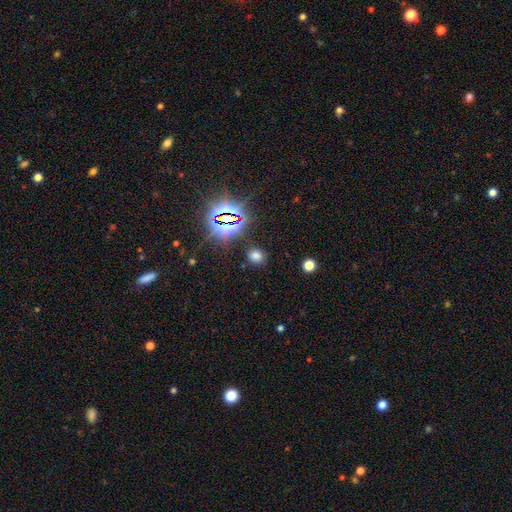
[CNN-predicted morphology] Q: Smooth or featured?
A: smooth (64%); runner-up: star or artifact (30%)
Q: How rounded?
A: round (70%); runner-up: in between (29%)
Q: Merging?
A: none (85%); runner-up: minor disturbance (9%)